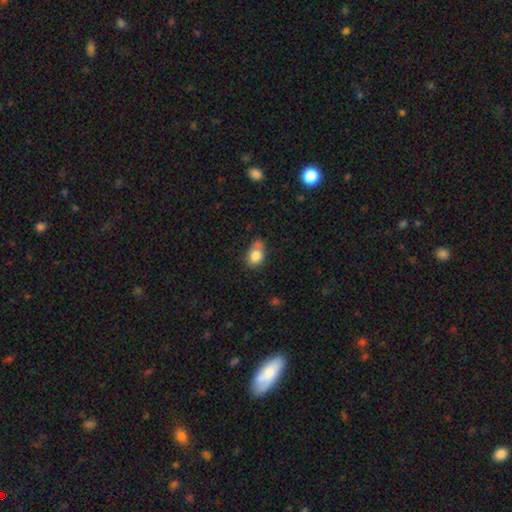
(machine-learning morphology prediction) A smooth galaxy with no disk features (80%) that is in between round and cigar-shaped (60%).

Vote fractions:
- Smooth or featured? smooth: 80% / featured or disk: 11% / star or artifact: 9%
- How rounded? in between: 60% / round: 38% / cigar-shaped: 1%
- Merging? none: 45% / minor disturbance: 30% / merger: 16% / major disturbance: 9%